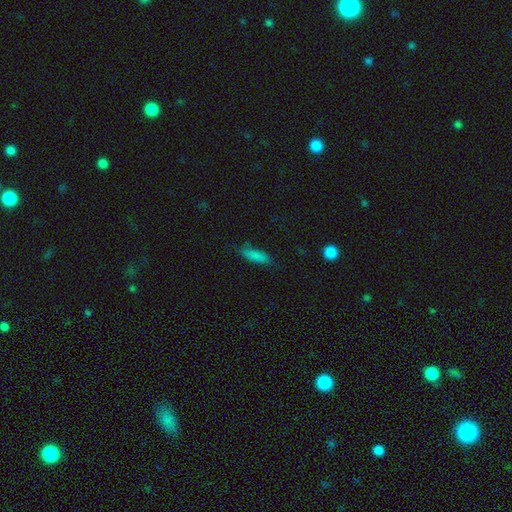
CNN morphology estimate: This appears to be a smooth galaxy with no disk features (84%) that is in between round and cigar-shaped (49%, tied with cigar-shaped). Merging: none (75%).